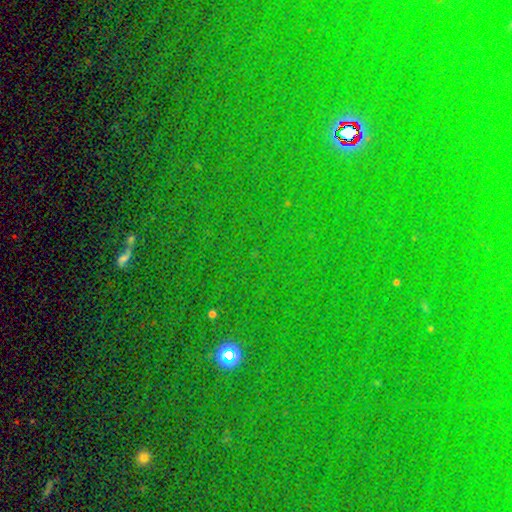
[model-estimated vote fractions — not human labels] The model was most divided on "smooth or featured": star or artifact: 81%, smooth: 12%, featured or disk: 7%.